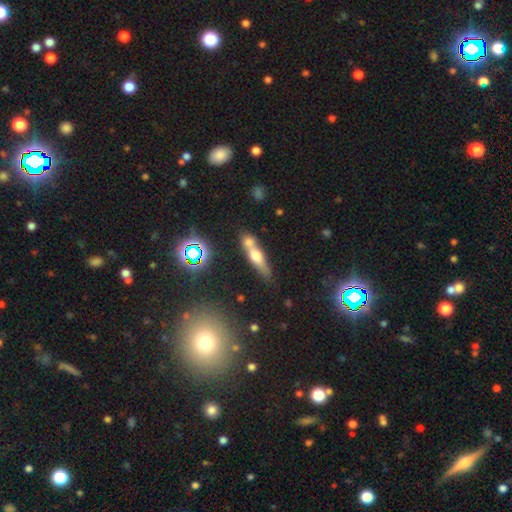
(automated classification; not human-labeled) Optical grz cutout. It shows a smooth galaxy with no disk features (50%). Merging: merger (44%).